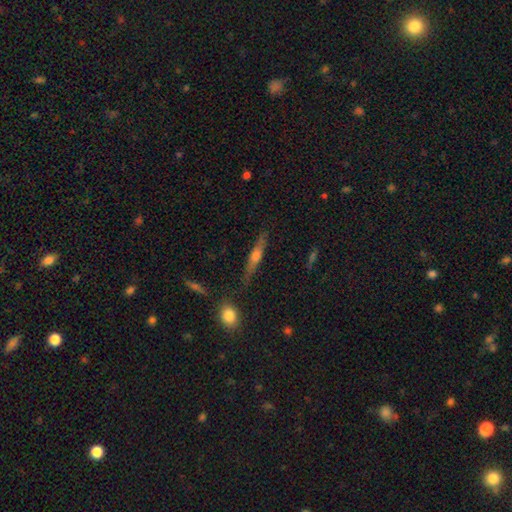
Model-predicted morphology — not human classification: Smooth or featured?
  - featured or disk: 59% *
  - smooth: 32%
  - star or artifact: 9%
Edge-on disk?
  - yes: 95% *
  - no: 5%
Edge-on bulge?
  - rounded: 78% *
  - boxy: 13%
  - none: 10%
Merging?
  - none: 83% *
  - minor disturbance: 11%
  - major disturbance: 3%
  - merger: 3%